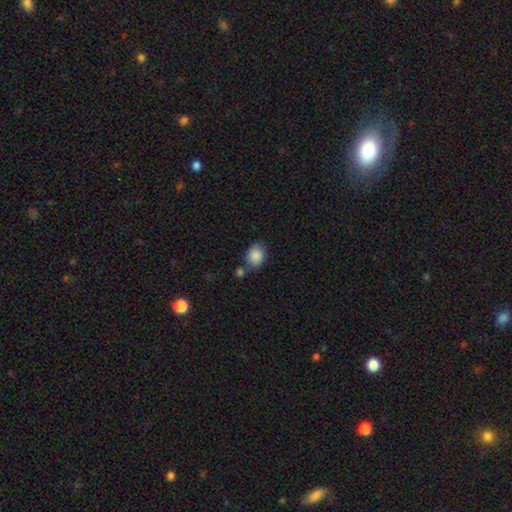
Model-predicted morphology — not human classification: Smooth or featured? smooth (87%)
How rounded? in between (52%)
Merging? none (63%)